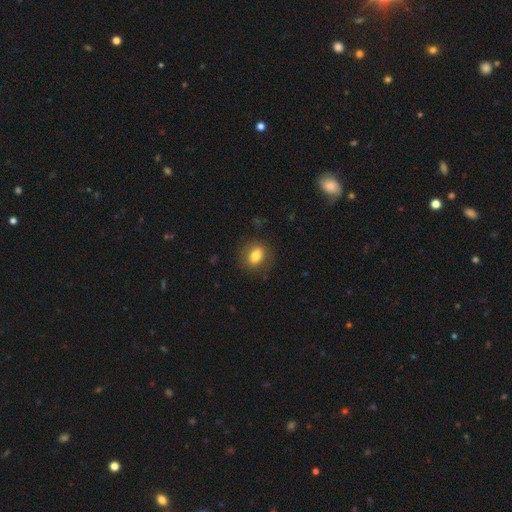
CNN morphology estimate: Smooth or featured? Predicted: smooth (p=0.77). How rounded? Predicted: in between (p=0.50). Merging? Predicted: none (p=0.84).